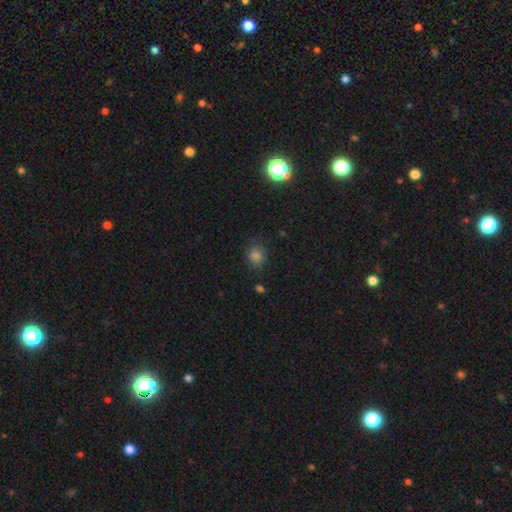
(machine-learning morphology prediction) Q: Smooth or featured?
A: smooth (75%); runner-up: star or artifact (20%)
Q: How rounded?
A: round (69%); runner-up: in between (30%)
Q: Merging?
A: none (81%); runner-up: minor disturbance (14%)